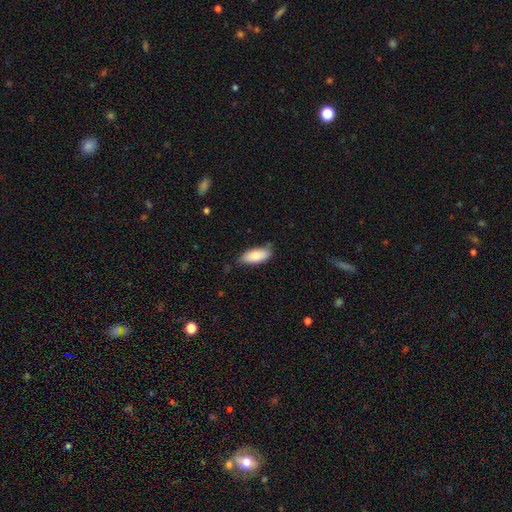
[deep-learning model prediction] Smooth or featured: smooth — 79% (featured or disk — 15%)
How rounded: in between — 83% (cigar-shaped — 15%)
Merging: none — 75% (minor disturbance — 20%)